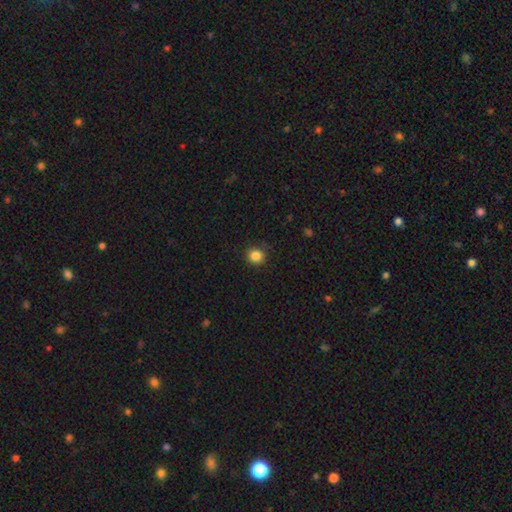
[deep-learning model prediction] Smooth or featured? smooth (86%)
How rounded? round (90%)
Merging? none (86%)